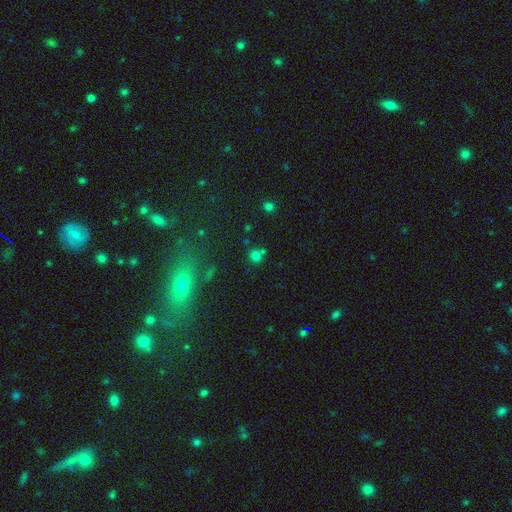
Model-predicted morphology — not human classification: The model was most divided on "merging": none: 65%, merger: 21%, minor disturbance: 10%, major disturbance: 4%. More confident: how rounded — round (88%); smooth or featured — smooth (69%).